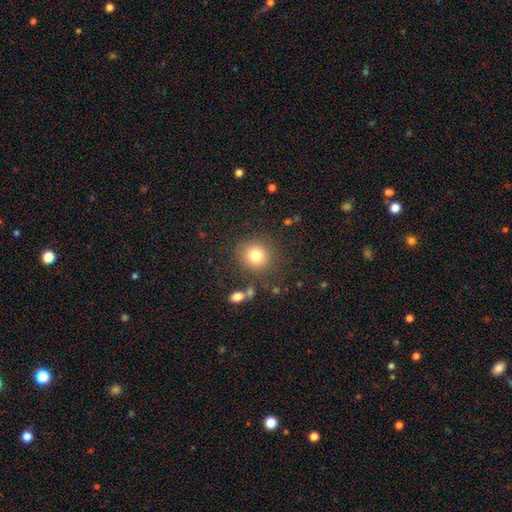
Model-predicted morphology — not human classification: smooth 79%, star or artifact 13%, featured or disk 9%. Down the decision tree: how rounded — round (87%); merging — none (83%).